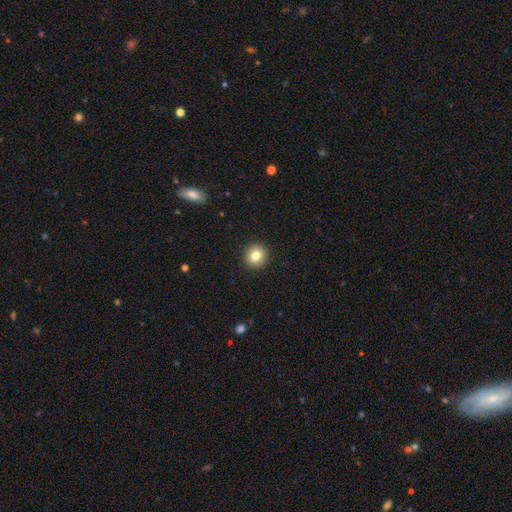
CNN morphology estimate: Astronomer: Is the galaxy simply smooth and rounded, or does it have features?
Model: smooth — 82%.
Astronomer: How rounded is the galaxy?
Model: round — 91%.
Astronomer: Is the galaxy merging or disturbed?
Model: none — 93%.